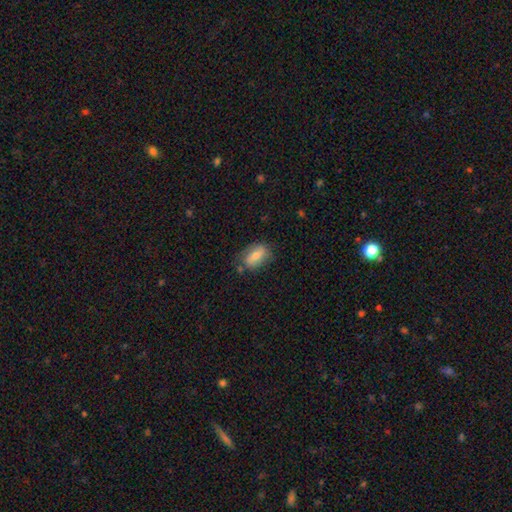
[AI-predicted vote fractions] A smooth galaxy with no disk features (62%) that is in between round and cigar-shaped (86%).

Vote fractions:
- Smooth or featured? smooth: 62% / featured or disk: 31% / star or artifact: 7%
- How rounded? in between: 86% / round: 10% / cigar-shaped: 4%
- Merging? none: 67% / minor disturbance: 23% / major disturbance: 6% / merger: 4%